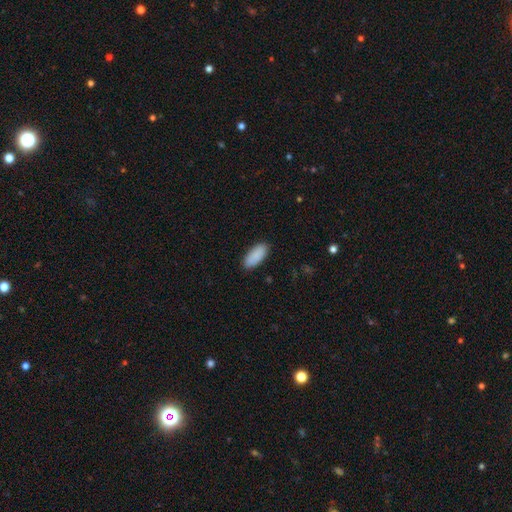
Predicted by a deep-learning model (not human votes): Smooth or featured? Predicted: smooth (p=0.90). How rounded? Predicted: in between (p=0.89). Merging? Predicted: none (p=0.87).